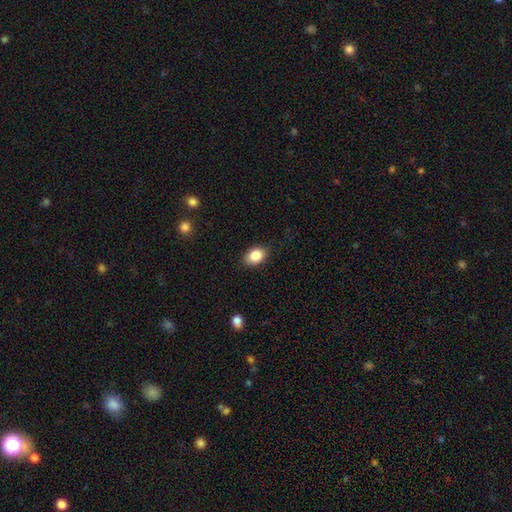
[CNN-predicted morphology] The model was most divided on "how rounded": in between: 79%, round: 19%, cigar-shaped: 1%. More confident: merging — none (86%); smooth or featured — smooth (86%).